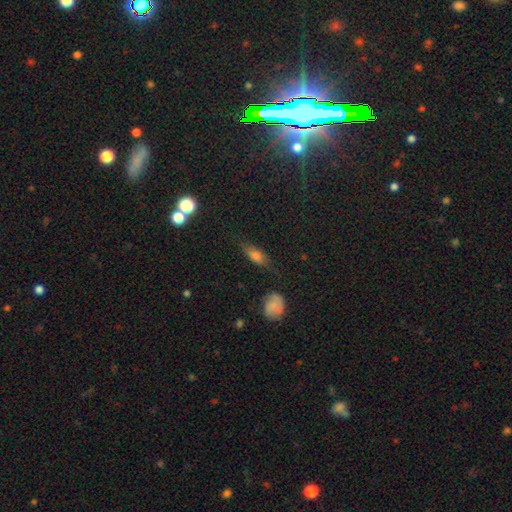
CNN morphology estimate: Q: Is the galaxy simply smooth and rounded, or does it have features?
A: smooth — 60%.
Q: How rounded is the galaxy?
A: in between — 61%.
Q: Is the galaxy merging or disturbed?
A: none — 72%.